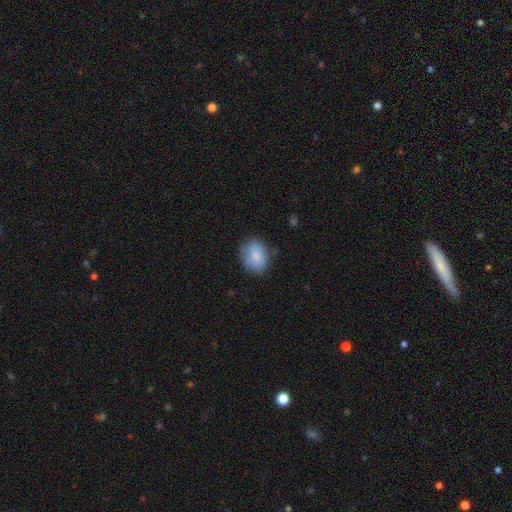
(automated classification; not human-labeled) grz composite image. It shows a smooth galaxy with no disk features (83%) that is in between round and cigar-shaped (52%). Merging: none (72%).